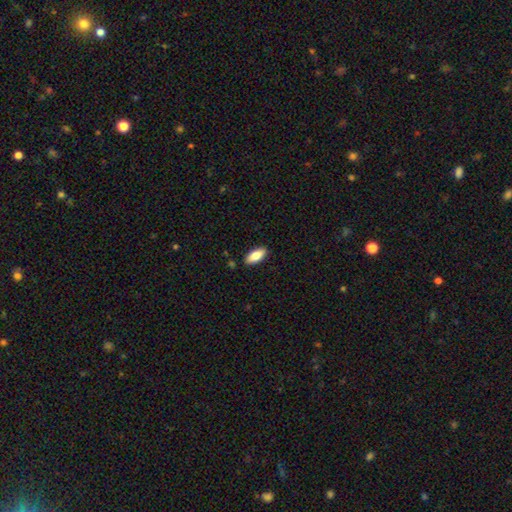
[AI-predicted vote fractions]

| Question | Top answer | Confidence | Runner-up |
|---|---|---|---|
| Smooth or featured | smooth | 82% | featured or disk (12%) |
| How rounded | in between | 85% | cigar-shaped (13%) |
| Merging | none | 89% | minor disturbance (8%) |